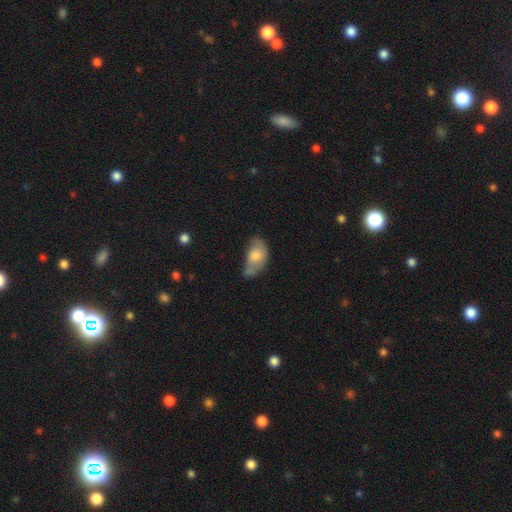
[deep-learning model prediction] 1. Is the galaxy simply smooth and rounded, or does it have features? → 68% smooth, 25% featured or disk, 7% star or artifact.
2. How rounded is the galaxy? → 90% in between, 7% round, 3% cigar-shaped.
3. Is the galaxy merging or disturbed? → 36% minor disturbance, 30% none, 18% major disturbance, 17% merger.